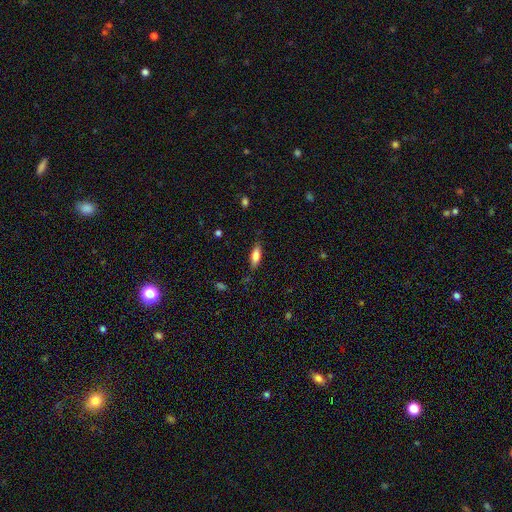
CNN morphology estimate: This is likely a smooth galaxy (80%). How rounded: likely in between (65%). Merging: likely none (78%).